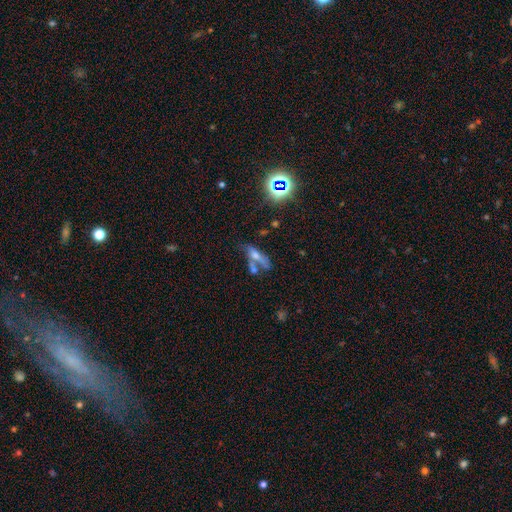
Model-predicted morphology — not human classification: smooth_or_featured: smooth (p=0.40) [alt: featured or disk p=0.38]
merging: none (p=0.40) [alt: merger p=0.35]